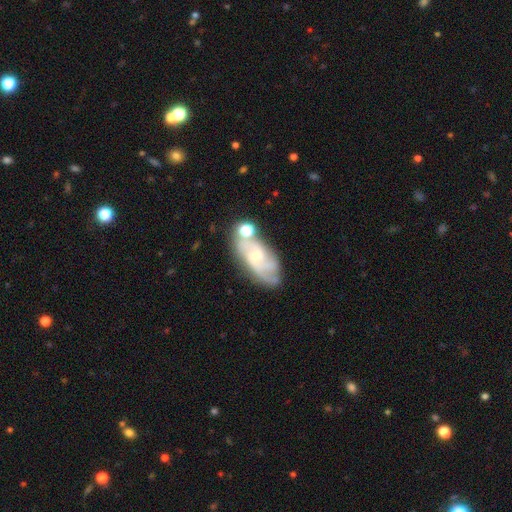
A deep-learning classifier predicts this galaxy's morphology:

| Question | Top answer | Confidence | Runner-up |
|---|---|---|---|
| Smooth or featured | featured or disk | 71% | smooth (21%) |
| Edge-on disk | no | 92% | yes (8%) |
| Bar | no | 59% | weak (35%) |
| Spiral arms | yes | 89% | no (11%) |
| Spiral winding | medium | 44% | tight (35%) |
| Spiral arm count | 2 | 34% | can't tell (31%) |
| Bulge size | small | 66% | moderate (28%) |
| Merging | none | 58% | minor disturbance (19%) |